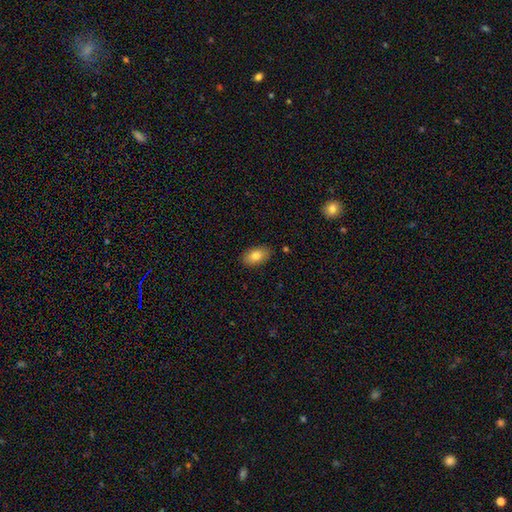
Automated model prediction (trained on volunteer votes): Q: Smooth or featured?
A: smooth (82%); runner-up: featured or disk (11%)
Q: How rounded?
A: in between (93%); runner-up: round (5%)
Q: Merging?
A: none (86%); runner-up: minor disturbance (10%)